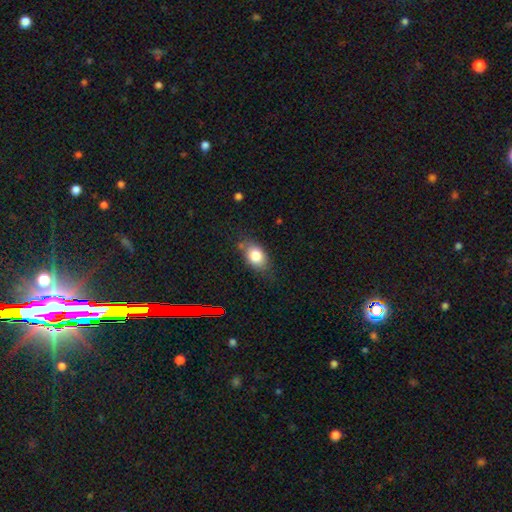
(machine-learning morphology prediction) This is likely a smooth galaxy (79%). How rounded: clearly in between (81%). Merging: likely none (73%).